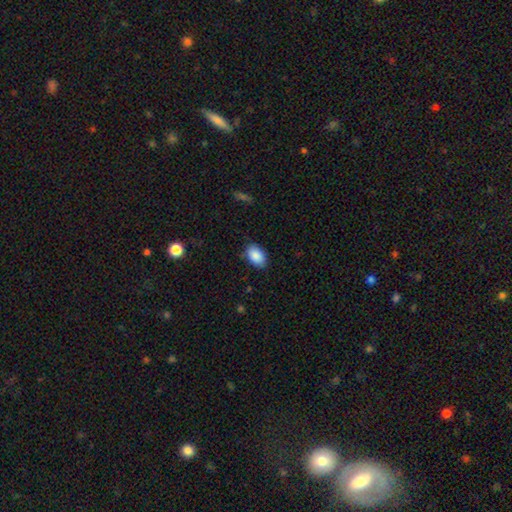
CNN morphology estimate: Smooth or featured? Predicted: smooth (p=0.88). How rounded? Predicted: in between (p=0.89). Merging? Predicted: none (p=0.82).